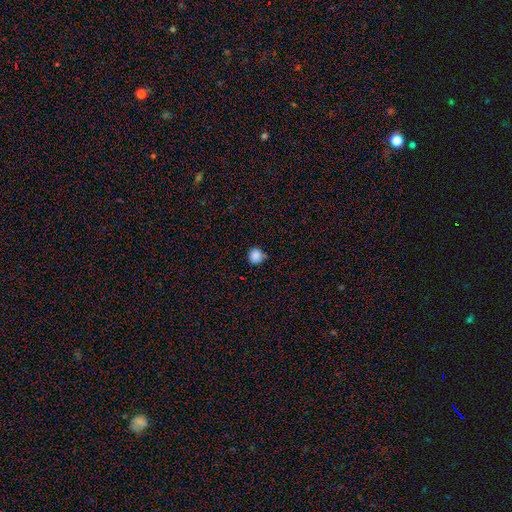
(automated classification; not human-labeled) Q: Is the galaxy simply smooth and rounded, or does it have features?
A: smooth — 86%.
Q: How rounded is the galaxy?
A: round — 93%.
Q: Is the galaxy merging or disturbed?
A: none — 82%.